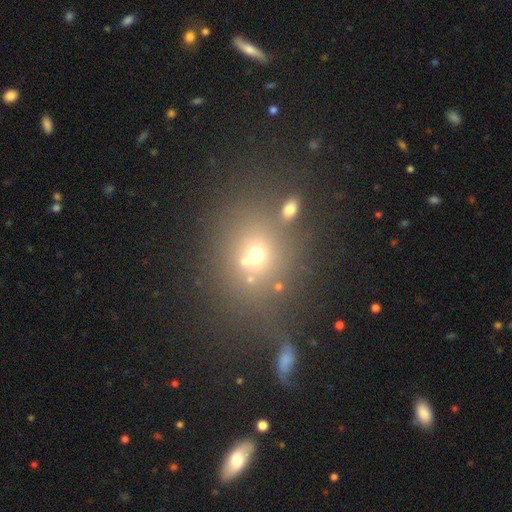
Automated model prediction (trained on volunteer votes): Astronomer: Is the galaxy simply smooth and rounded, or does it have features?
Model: smooth — 60%.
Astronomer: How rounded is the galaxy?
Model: round — 70%.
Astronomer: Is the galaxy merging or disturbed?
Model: none — 58%.